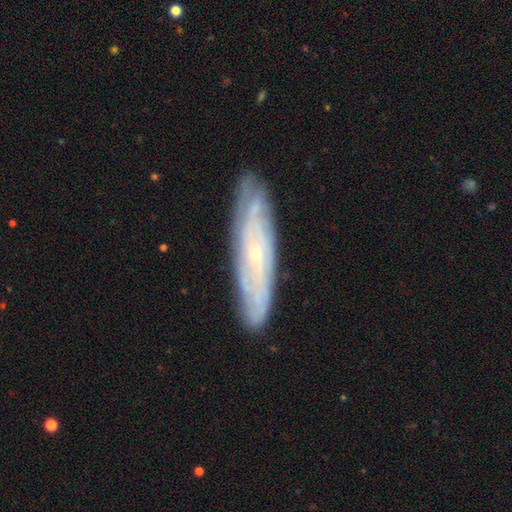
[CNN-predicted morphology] Smooth or featured: featured or disk — 76% (smooth — 17%)
Edge-on disk: no — 69% (yes — 31%)
Bar: no — 72% (weak — 22%)
Spiral arms: yes — 89% (no — 11%)
Bulge size: small — 81% (moderate — 15%)
Merging: none — 84% (minor disturbance — 12%)